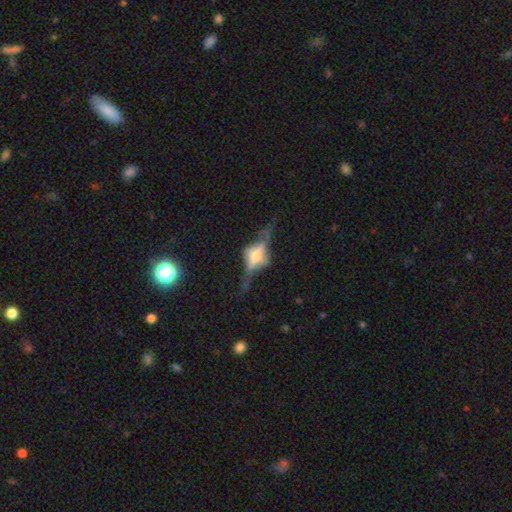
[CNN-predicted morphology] Smooth or featured: featured or disk — 79% (smooth — 13%)
Edge-on disk: yes — 90% (no — 10%)
Edge-on bulge: rounded — 84% (boxy — 14%)
Merging: none — 63% (minor disturbance — 19%)